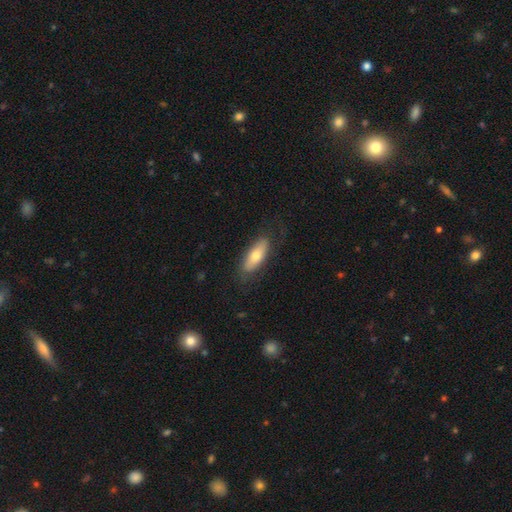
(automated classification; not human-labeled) This appears to be a smooth galaxy with no disk features (68%) that is in between round and cigar-shaped (67%). Merging: none (77%).